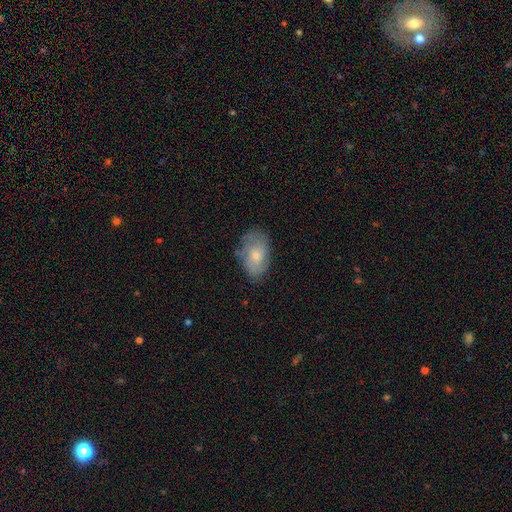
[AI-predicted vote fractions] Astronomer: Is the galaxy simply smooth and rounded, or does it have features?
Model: smooth — 51% (runner-up: featured or disk, 42%).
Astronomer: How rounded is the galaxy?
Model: in between — 88%.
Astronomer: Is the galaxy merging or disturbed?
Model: none — 67%.